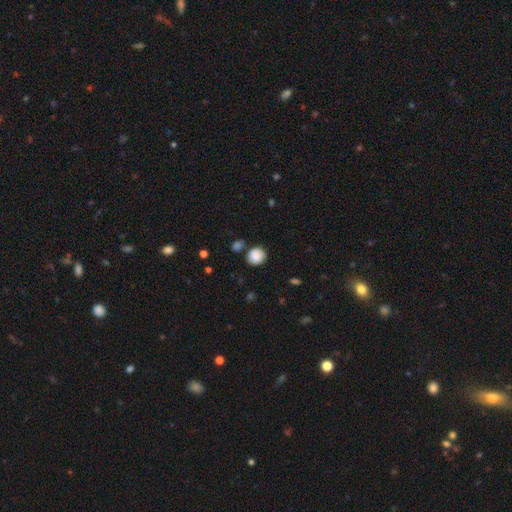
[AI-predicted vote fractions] A smooth galaxy with no disk features (86%) that is round (84%).

Vote fractions:
- Smooth or featured? smooth: 86% / star or artifact: 8% / featured or disk: 6%
- How rounded? round: 84% / in between: 15% / cigar-shaped: 1%
- Merging? none: 77% / minor disturbance: 13% / merger: 7% / major disturbance: 3%